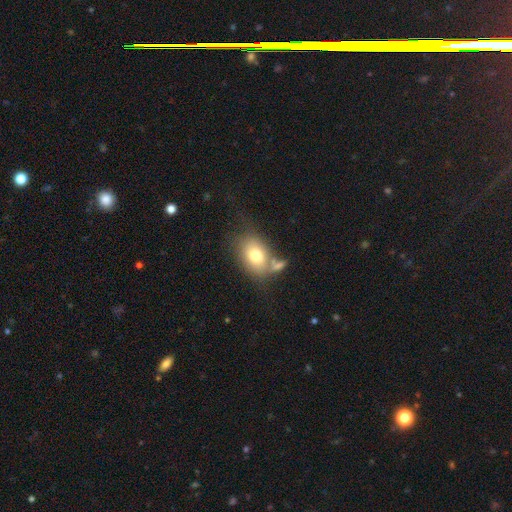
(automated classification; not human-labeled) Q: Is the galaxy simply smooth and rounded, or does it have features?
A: smooth — 73%.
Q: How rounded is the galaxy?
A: in between — 72%.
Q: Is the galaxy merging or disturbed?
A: none — 53%.